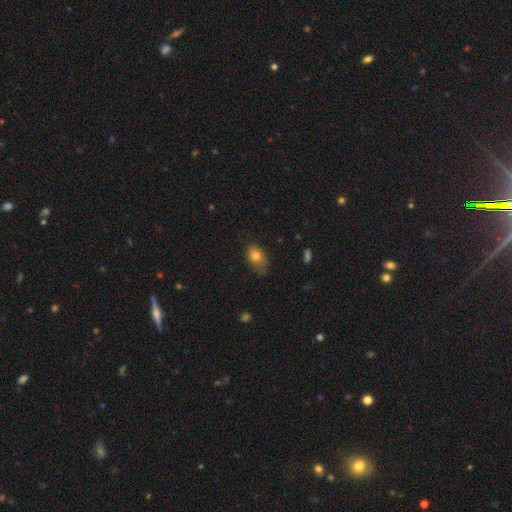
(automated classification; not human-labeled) smooth 79%, featured or disk 11%, star or artifact 10%. Down the decision tree: how rounded — in between (79%); merging — none (55%).